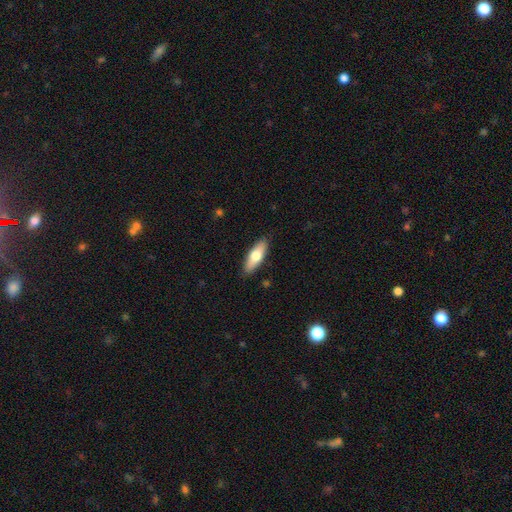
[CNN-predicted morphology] This appears to be a smooth galaxy with no disk features (69%) that is in between round and cigar-shaped (64%). Merging: none (88%).